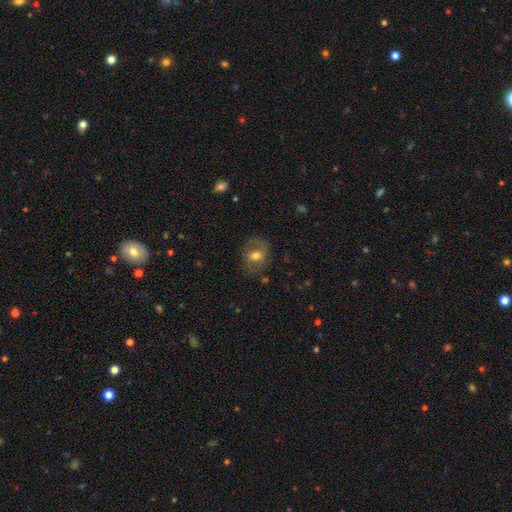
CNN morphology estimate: type=featured or disk (47%); merging=none (73%).